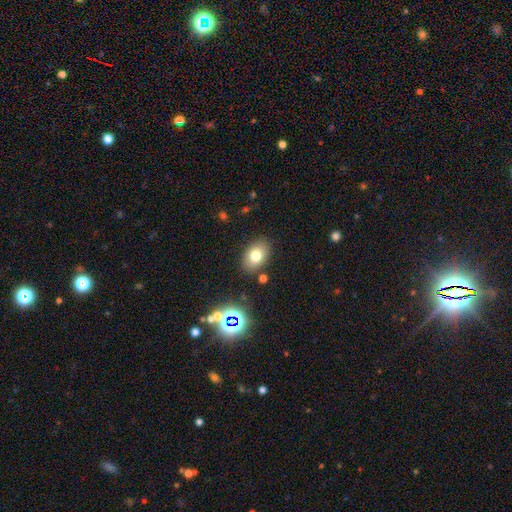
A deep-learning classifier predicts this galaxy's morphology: smooth 76%, star or artifact 12%, featured or disk 12%. Down the decision tree: how rounded — in between (80%); merging — none (83%).